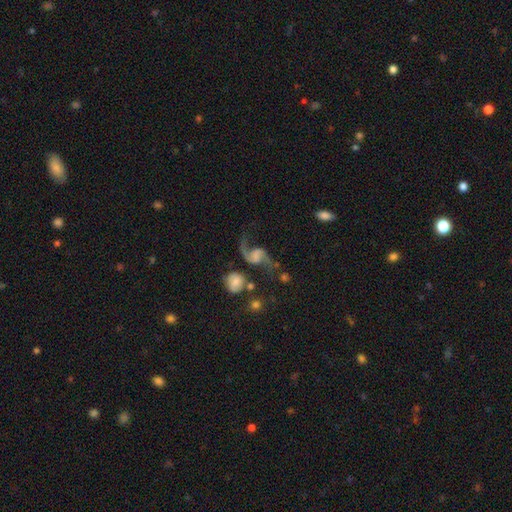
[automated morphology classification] smooth_or_featured: featured or disk (p=0.85) [alt: smooth p=0.08]
disk_edge_on: no (p=0.98) [alt: yes p=0.02]
bar: no (p=0.43) [alt: weak p=0.42]
has_spiral_arms: yes (p=0.96) [alt: no p=0.04]
spiral_winding: loose (p=0.84) [alt: medium p=0.13]
spiral_arm_count: 2 (p=0.91) [alt: 1 p=0.05]
bulge_size: none (p=0.50) [alt: small p=0.18]
merging: none (p=0.59) [alt: minor disturbance p=0.17]